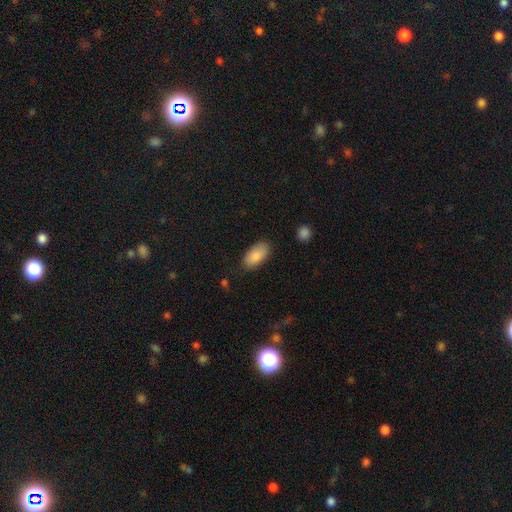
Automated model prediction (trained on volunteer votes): Morphology: type=smooth (87%); roundness=in between (94%); merging=none (82%).